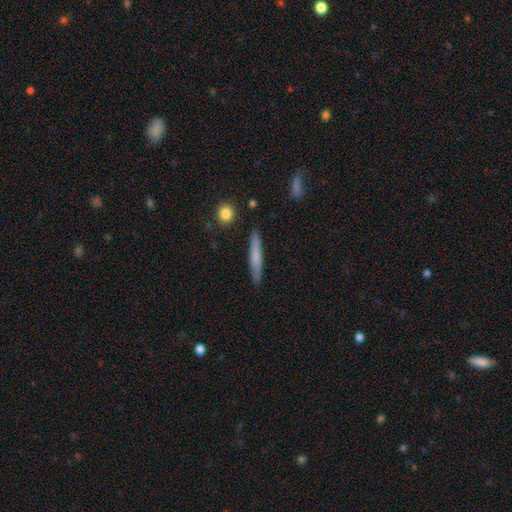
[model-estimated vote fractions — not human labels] Smooth or featured? smooth (63%)
How rounded? cigar-shaped (94%)
Merging? none (89%)